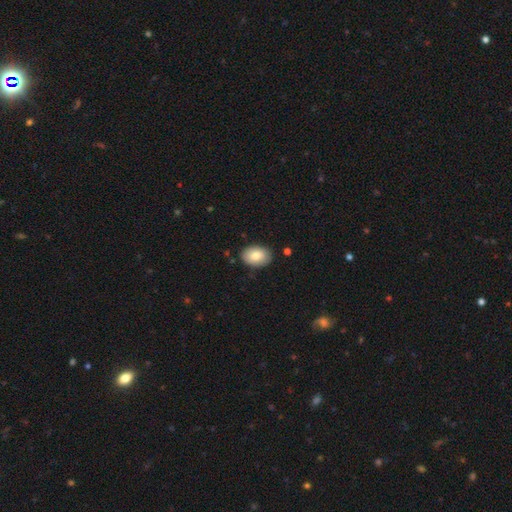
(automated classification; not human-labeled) smooth_or_featured: smooth (p=0.82) [alt: featured or disk p=0.12]
how_rounded: in between (p=0.85) [alt: round p=0.14]
merging: none (p=0.84) [alt: minor disturbance p=0.12]